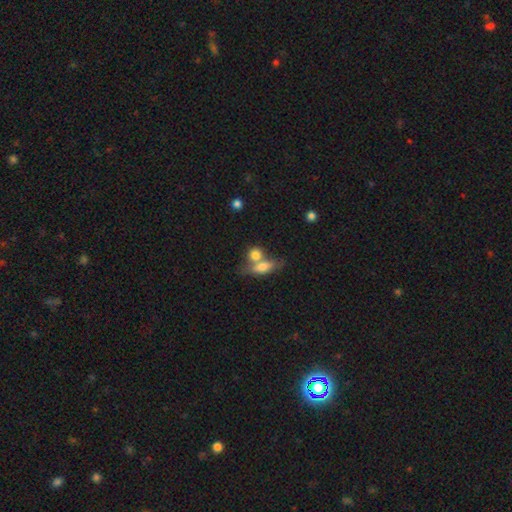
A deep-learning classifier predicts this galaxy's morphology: type=smooth (77%); roundness=round (48%); merging=merger (51%).